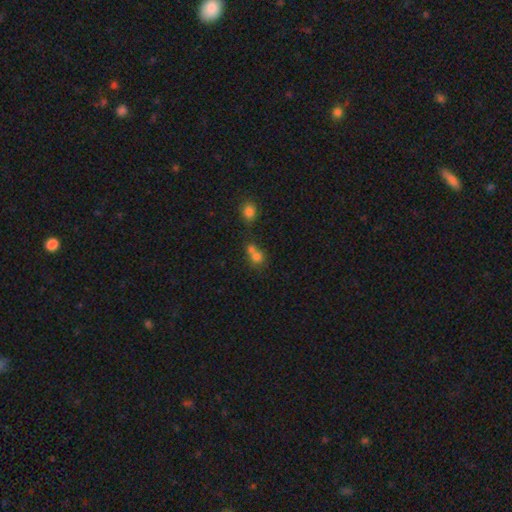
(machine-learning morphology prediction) Smooth or featured? smooth (73%)
How rounded? round (73%)
Merging? merger (57%)